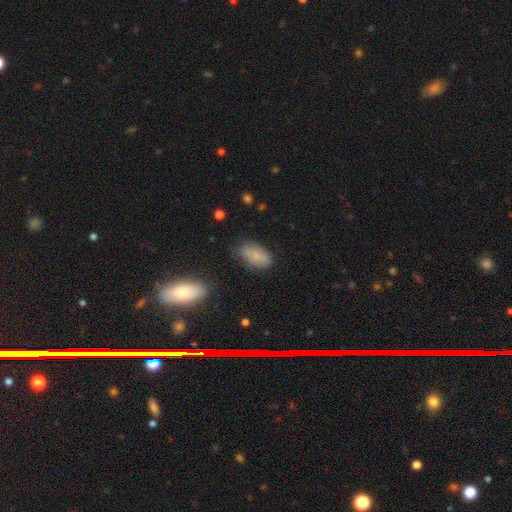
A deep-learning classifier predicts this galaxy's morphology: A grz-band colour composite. It shows a smooth galaxy with no disk features (78%) that is in between round and cigar-shaped (93%). Merging: none (69%).